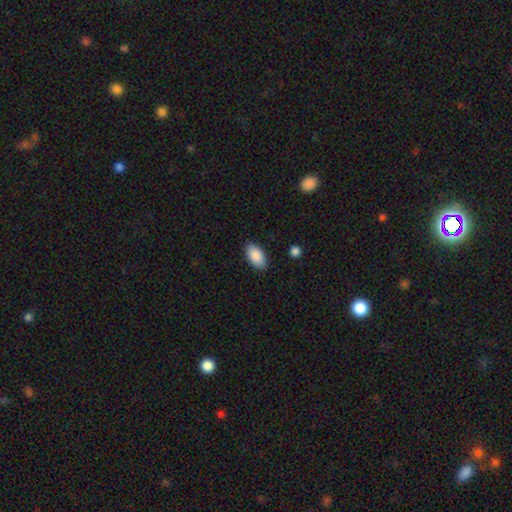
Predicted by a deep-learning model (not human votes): A smooth galaxy with no disk features (89%) that is in between round and cigar-shaped (95%).

Vote fractions:
- Smooth or featured? smooth: 89% / star or artifact: 6% / featured or disk: 5%
- How rounded? in between: 95% / round: 3% / cigar-shaped: 3%
- Merging? none: 87% / minor disturbance: 10% / major disturbance: 2% / merger: 1%